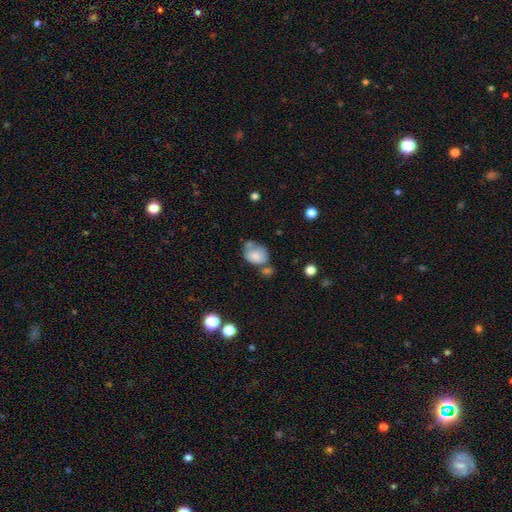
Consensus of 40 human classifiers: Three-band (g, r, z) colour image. It shows a smooth galaxy with no disk features (80%) that is in between round and cigar-shaped (69%). Merging: none (43%).